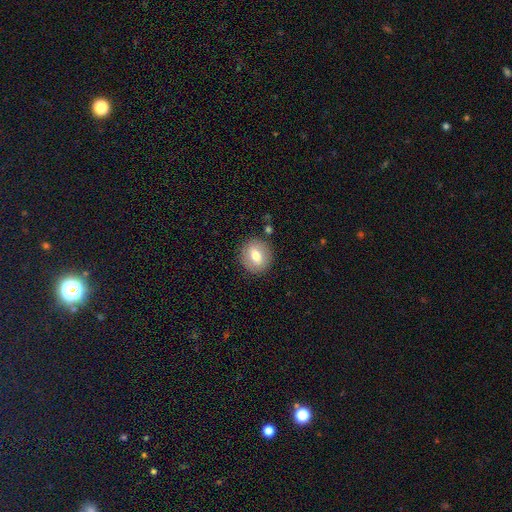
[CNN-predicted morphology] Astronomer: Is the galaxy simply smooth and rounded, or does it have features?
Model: smooth — 65%.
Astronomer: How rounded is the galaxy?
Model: round — 82%.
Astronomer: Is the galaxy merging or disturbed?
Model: none — 87%.